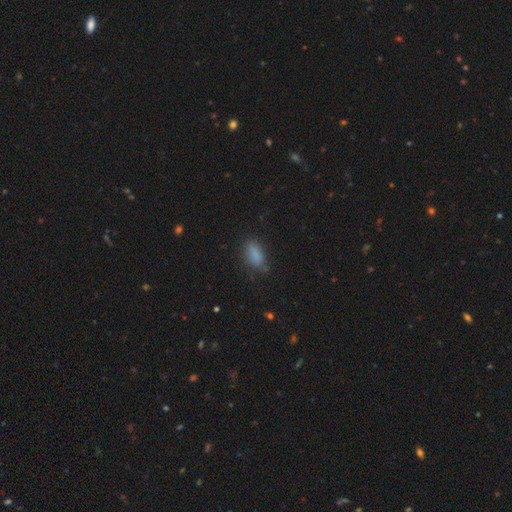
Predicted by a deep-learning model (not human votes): This appears to be a smooth galaxy with no disk features (82%) that is in between round and cigar-shaped (82%). Merging: none (65%).